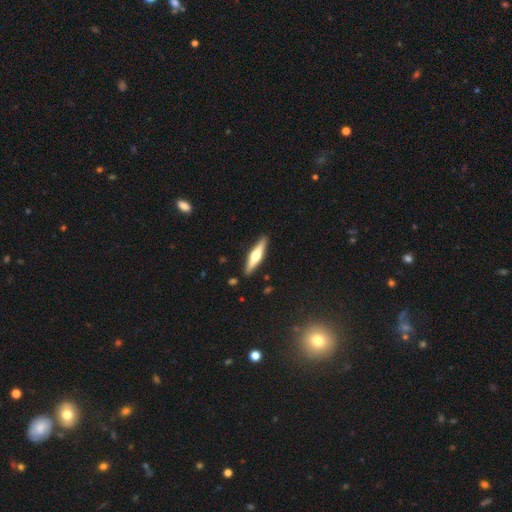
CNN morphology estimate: This is possibly a featured or disk galaxy (57%). It is clearly viewed edge-on (96%). Edge-on bulge: clearly rounded (91%). Merging: clearly none (89%).